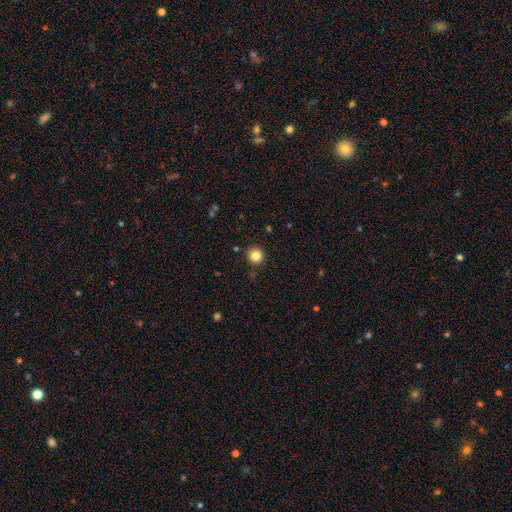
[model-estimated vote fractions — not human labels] Smooth or featured? smooth (84%)
How rounded? round (94%)
Merging? none (90%)